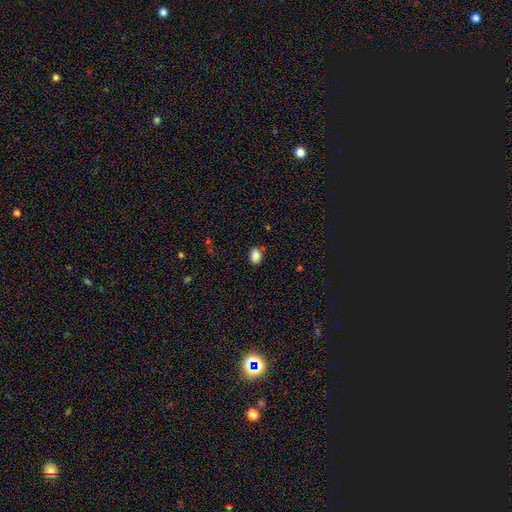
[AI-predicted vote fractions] smooth-or-featured: smooth: 87% | star or artifact: 10% | featured or disk: 4%
  how-rounded: in between: 78% | round: 21% | cigar-shaped: 1%
  merging: none: 79% | minor disturbance: 15% | major disturbance: 3% | merger: 3%